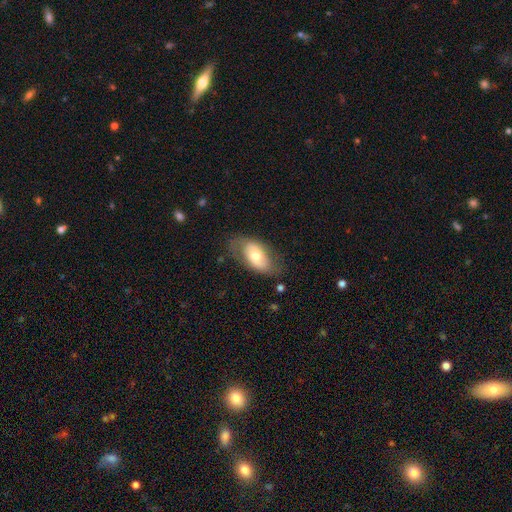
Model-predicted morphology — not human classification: A smooth galaxy with no disk features (51%) that is in between round and cigar-shaped (91%).

Vote fractions:
- Smooth or featured? smooth: 51% / featured or disk: 42% / star or artifact: 6%
- How rounded? in between: 91% / round: 6% / cigar-shaped: 2%
- Merging? none: 64% / minor disturbance: 24% / major disturbance: 11% / merger: 2%